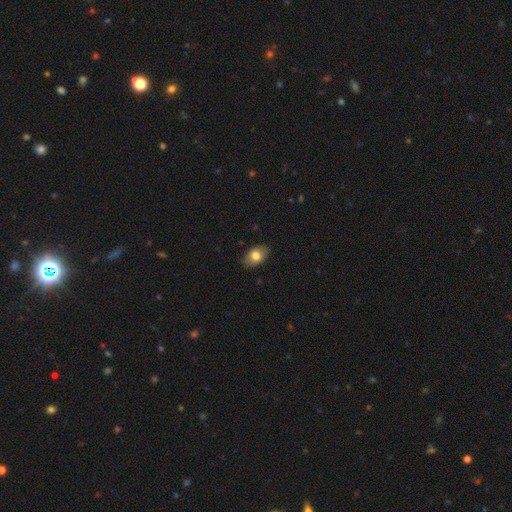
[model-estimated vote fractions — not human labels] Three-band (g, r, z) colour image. It shows a smooth galaxy with no disk features (79%) that is in between round and cigar-shaped (87%). Merging: none (85%).